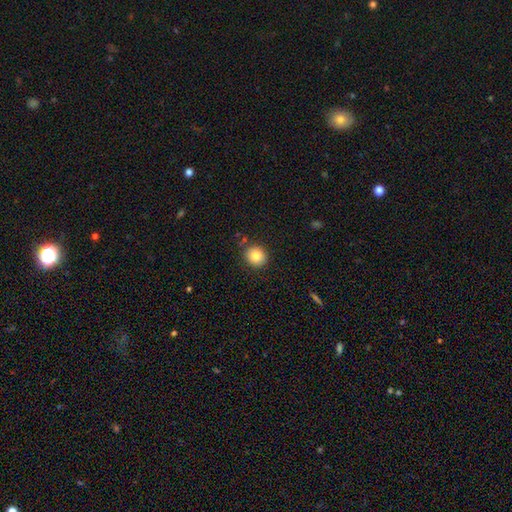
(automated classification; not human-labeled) Smooth or featured?
  - smooth: 84% *
  - star or artifact: 9%
  - featured or disk: 7%
How rounded?
  - round: 83% *
  - in between: 16%
  - cigar-shaped: 1%
Merging?
  - none: 86% *
  - minor disturbance: 9%
  - major disturbance: 2%
  - merger: 2%